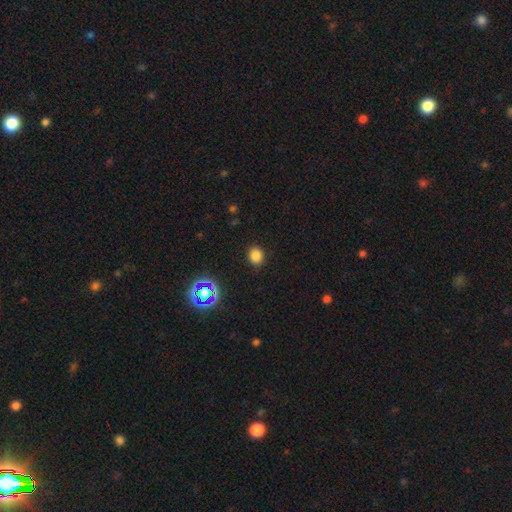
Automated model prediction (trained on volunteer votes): The model was most divided on "how rounded": round: 66%, in between: 33%, cigar-shaped: 1%. More confident: merging — none (89%); smooth or featured — smooth (80%).